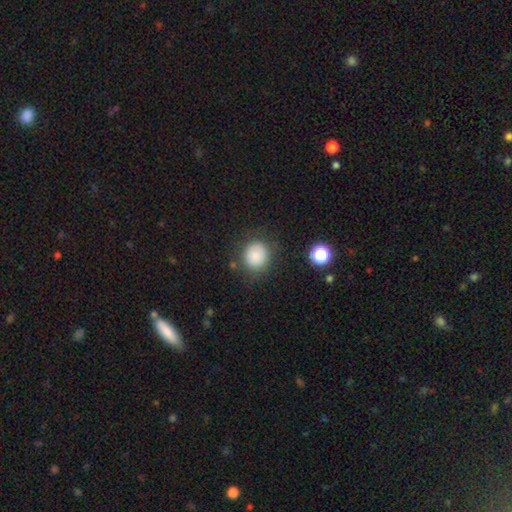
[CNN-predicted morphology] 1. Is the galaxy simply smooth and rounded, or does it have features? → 83% smooth, 10% star or artifact, 7% featured or disk.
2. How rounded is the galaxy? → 84% round, 15% in between, 1% cigar-shaped.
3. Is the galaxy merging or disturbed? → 81% none, 12% minor disturbance, 5% major disturbance, 2% merger.